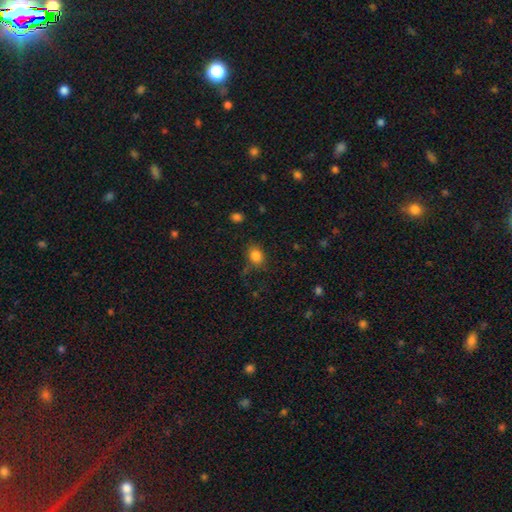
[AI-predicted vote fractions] This is clearly a smooth galaxy (83%). How rounded: possibly in between (56%). Merging: likely none (77%).